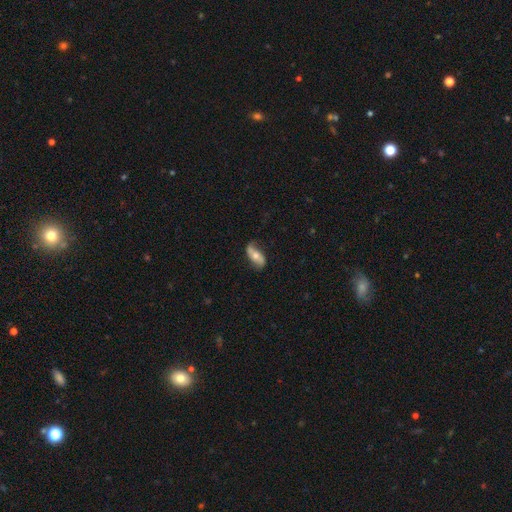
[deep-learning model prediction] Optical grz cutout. It shows a featured or disk galaxy (55%). Merging: none (69%).